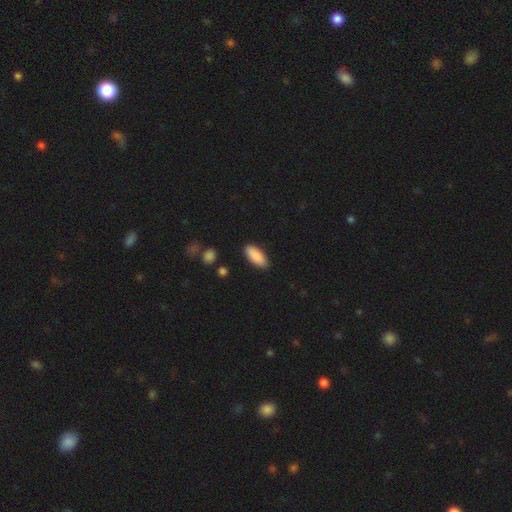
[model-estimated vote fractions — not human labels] A smooth galaxy with no disk features (89%) that is in between round and cigar-shaped (83%). Merging: none (87%).